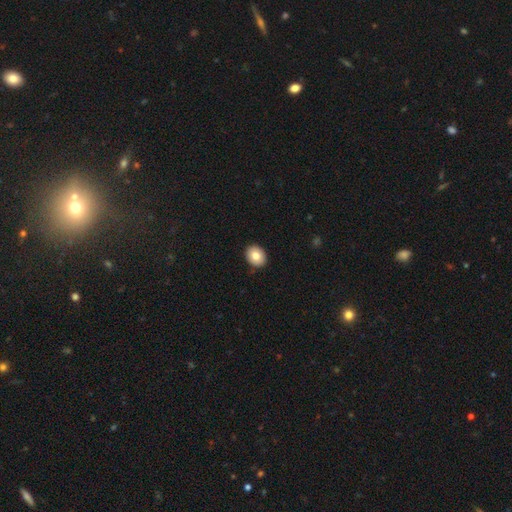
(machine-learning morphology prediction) Overall: smooth (80%). How rounded: round (54%; in between 45%). Merging: none (91%).